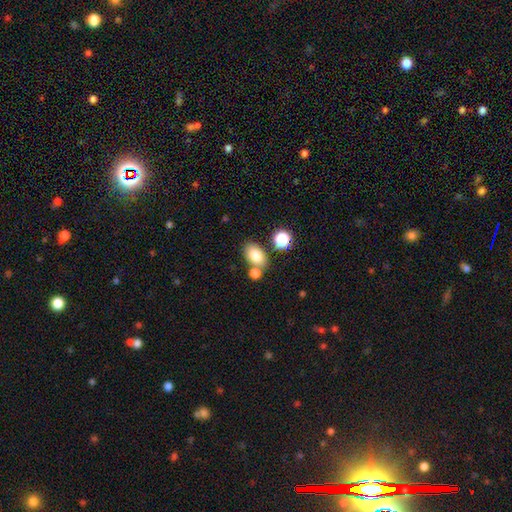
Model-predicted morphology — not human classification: Smooth or featured: smooth — 79% (star or artifact — 11%)
How rounded: in between — 83% (round — 16%)
Merging: none — 67% (merger — 18%)